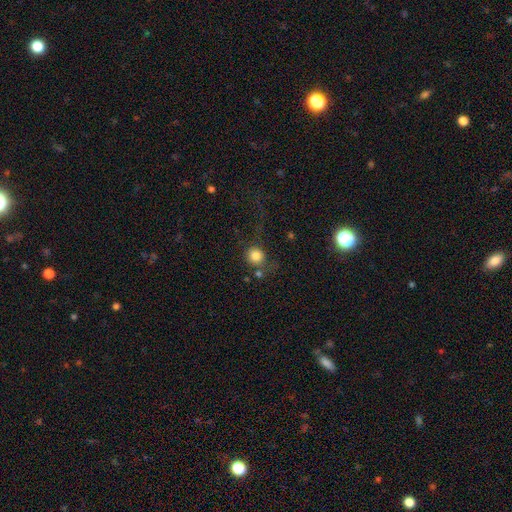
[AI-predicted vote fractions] Q: Smooth or featured?
A: smooth (82%); runner-up: star or artifact (11%)
Q: How rounded?
A: round (90%); runner-up: in between (9%)
Q: Merging?
A: none (59%); runner-up: minor disturbance (16%)